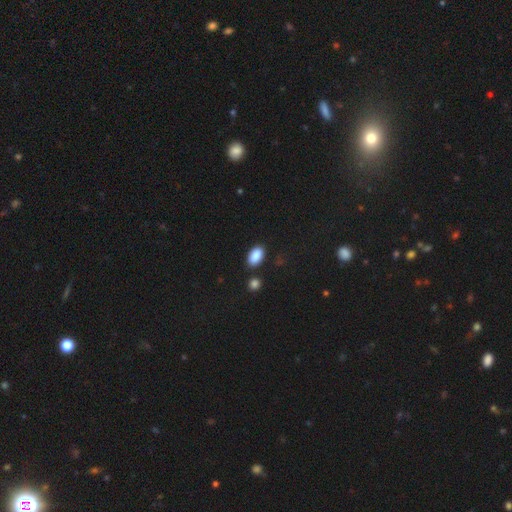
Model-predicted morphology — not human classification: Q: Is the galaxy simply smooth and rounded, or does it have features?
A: smooth — 89%.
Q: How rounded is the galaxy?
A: in between — 93%.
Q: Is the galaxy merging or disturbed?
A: none — 82%.